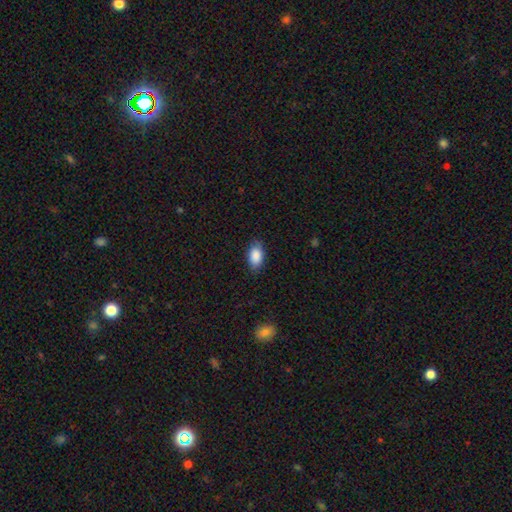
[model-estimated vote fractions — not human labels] smooth-or-featured: smooth: 88% | star or artifact: 7% | featured or disk: 6%
  how-rounded: in between: 92% | round: 6% | cigar-shaped: 2%
  merging: none: 80% | minor disturbance: 16% | major disturbance: 3% | merger: 1%